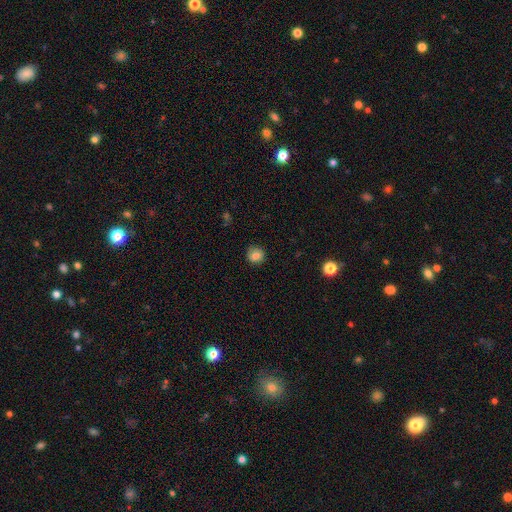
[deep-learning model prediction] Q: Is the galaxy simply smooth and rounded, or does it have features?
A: smooth — 81%.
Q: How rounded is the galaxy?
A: round — 84%.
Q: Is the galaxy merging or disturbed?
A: none — 84%.